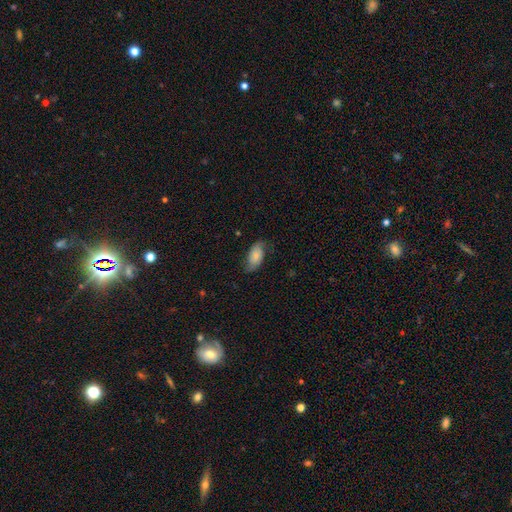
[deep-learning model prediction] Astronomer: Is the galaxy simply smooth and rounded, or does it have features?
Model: smooth — 64%.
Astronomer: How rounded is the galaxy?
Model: in between — 93%.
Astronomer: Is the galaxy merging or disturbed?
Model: none — 67%.